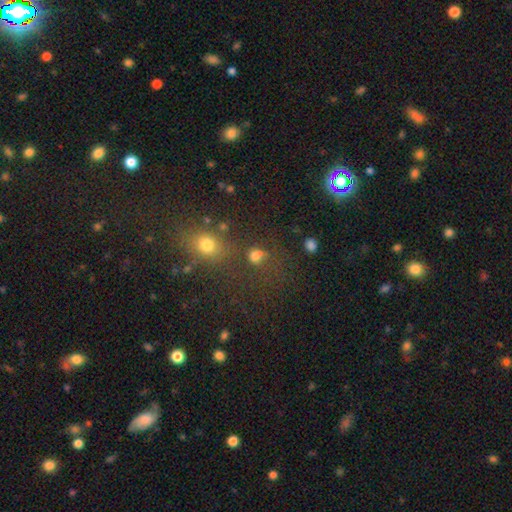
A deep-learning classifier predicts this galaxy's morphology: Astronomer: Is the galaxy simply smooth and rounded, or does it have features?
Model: smooth — 68%.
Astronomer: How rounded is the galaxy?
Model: round — 69%.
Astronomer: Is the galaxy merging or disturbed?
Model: none — 54%.